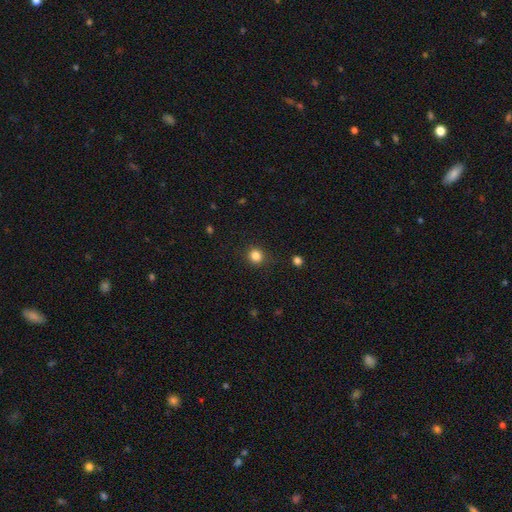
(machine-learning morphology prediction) This is clearly a smooth galaxy (83%). How rounded: clearly round (91%). Merging: clearly none (89%).